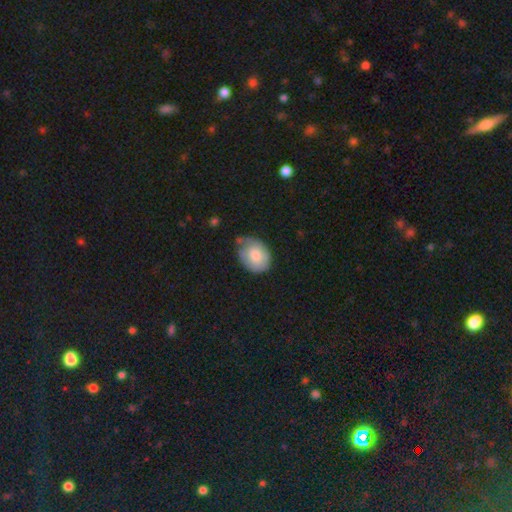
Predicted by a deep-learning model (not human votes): smooth 67%, featured or disk 27%, star or artifact 6%. Down the decision tree: how rounded — in between (63%); merging — none (45%).